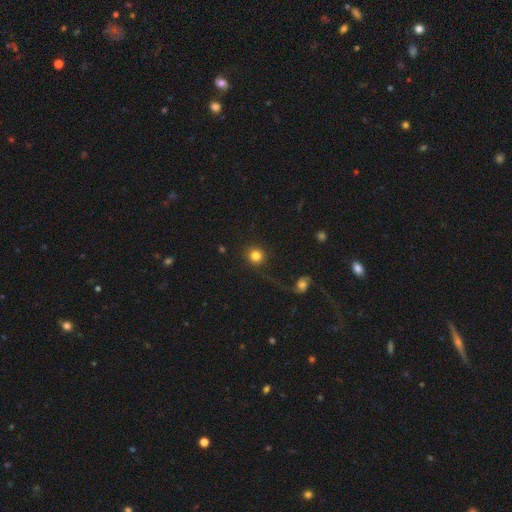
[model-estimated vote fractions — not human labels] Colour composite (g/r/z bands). It shows a smooth galaxy with no disk features (83%) that is round (93%). Merging: none (82%).